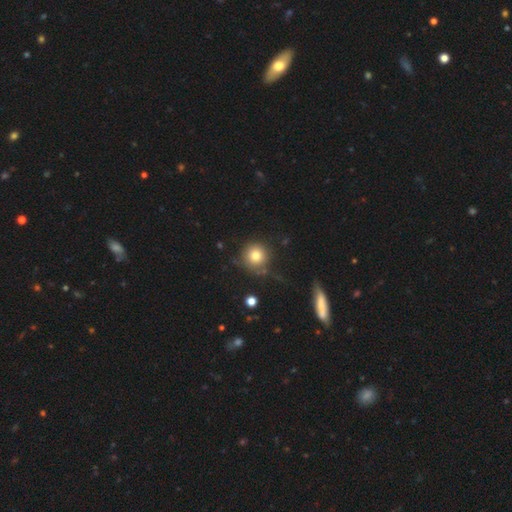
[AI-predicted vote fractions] Smooth or featured?
  - smooth: 79% *
  - star or artifact: 11%
  - featured or disk: 10%
How rounded?
  - round: 94% *
  - in between: 5%
  - cigar-shaped: 1%
Merging?
  - none: 75% *
  - minor disturbance: 14%
  - major disturbance: 6%
  - merger: 5%